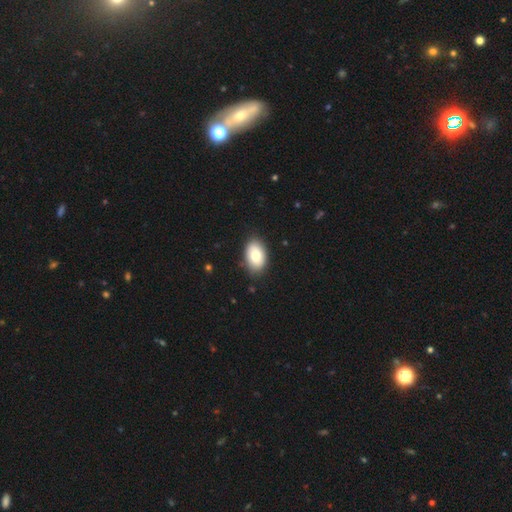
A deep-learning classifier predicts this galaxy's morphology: Smooth or featured? smooth (76%)
How rounded? in between (90%)
Merging? none (86%)